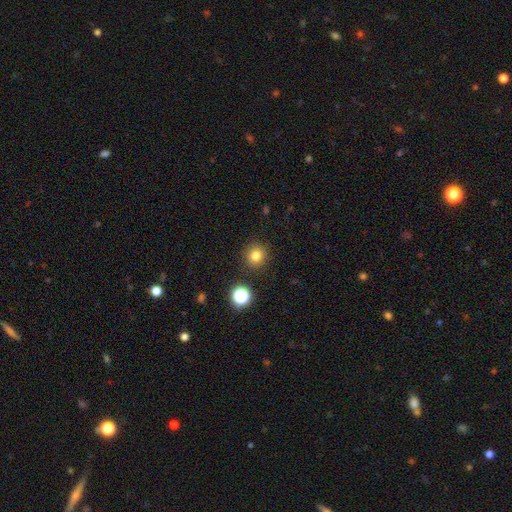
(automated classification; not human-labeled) The model was most divided on "smooth or featured": smooth: 79%, star or artifact: 15%, featured or disk: 6%. More confident: how rounded — round (92%); merging — none (89%).